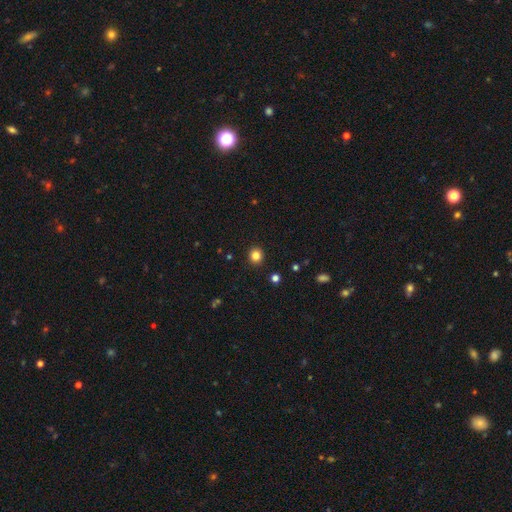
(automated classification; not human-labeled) Overall: smooth (83%). How rounded: round (87%). Merging: none (92%).